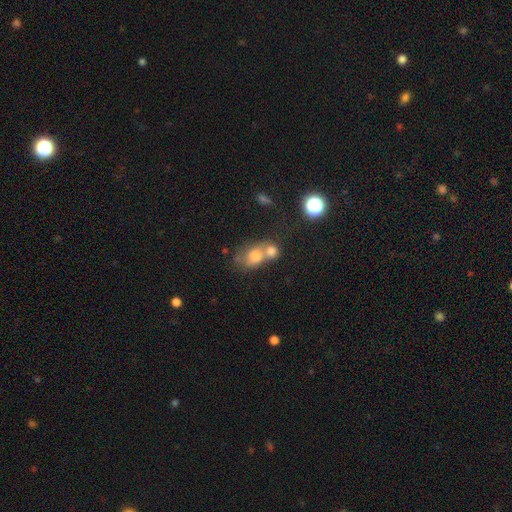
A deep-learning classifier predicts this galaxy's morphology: Overall: smooth (69%). How rounded: in between (52%; round 46%). Merging: merger (57%; none 27%).